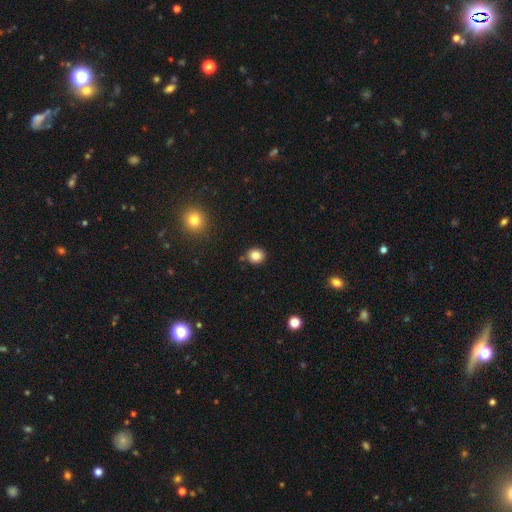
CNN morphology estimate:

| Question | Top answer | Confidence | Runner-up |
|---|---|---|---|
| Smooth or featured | smooth | 83% | star or artifact (11%) |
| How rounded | round | 80% | in between (19%) |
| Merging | none | 87% | minor disturbance (8%) |